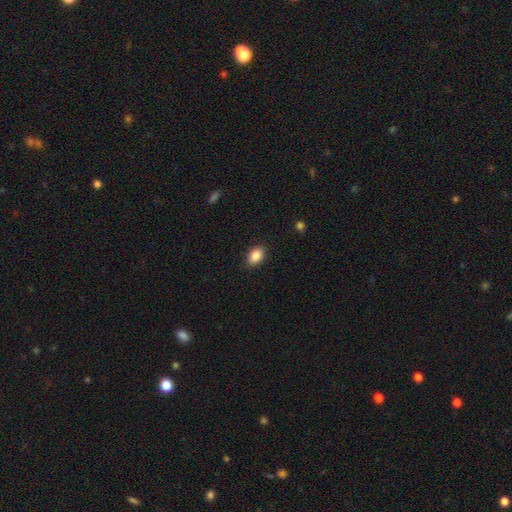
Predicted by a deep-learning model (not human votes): Morphology: type=smooth (88%); roundness=in between (84%); merging=none (89%).